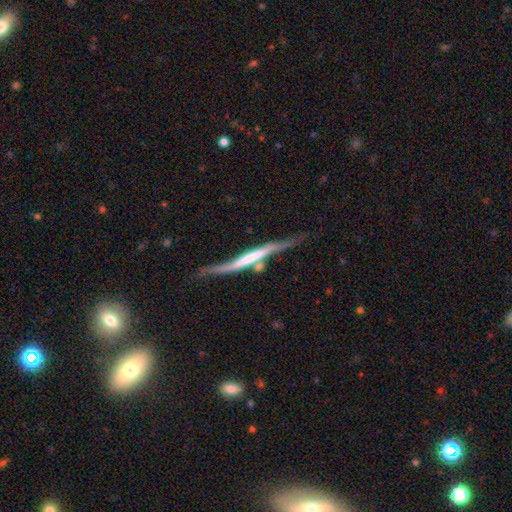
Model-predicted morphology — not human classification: This is likely a featured or disk galaxy (78%). It is clearly viewed edge-on (95%). Edge-on bulge: possibly rounded (45%). Merging: likely none (74%).